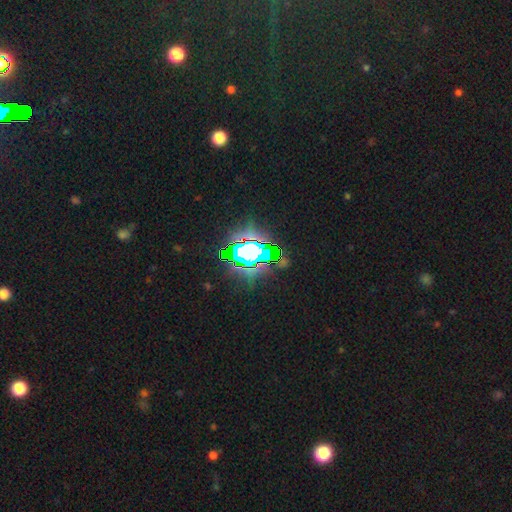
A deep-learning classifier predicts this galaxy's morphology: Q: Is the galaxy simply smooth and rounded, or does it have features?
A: star or artifact — 81%.